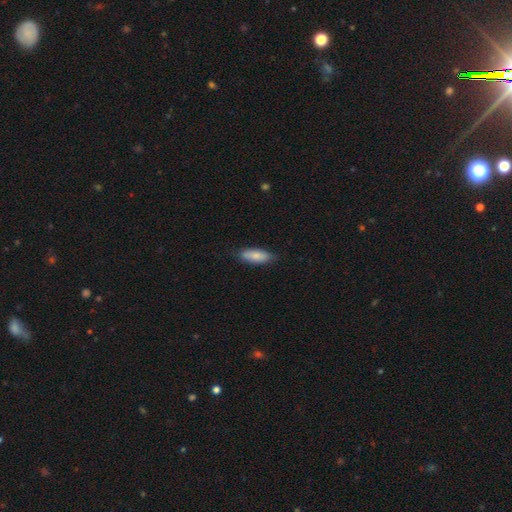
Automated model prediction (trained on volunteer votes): This appears to be a smooth galaxy with no disk features (81%) that is in between round and cigar-shaped (71%). Merging: none (79%).